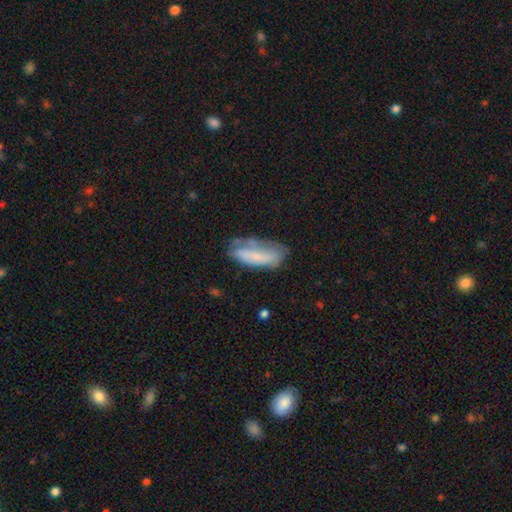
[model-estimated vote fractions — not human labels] Overall: smooth (62%; featured or disk 30%). How rounded: in between (70%). Merging: none (41%; minor disturbance 32%).